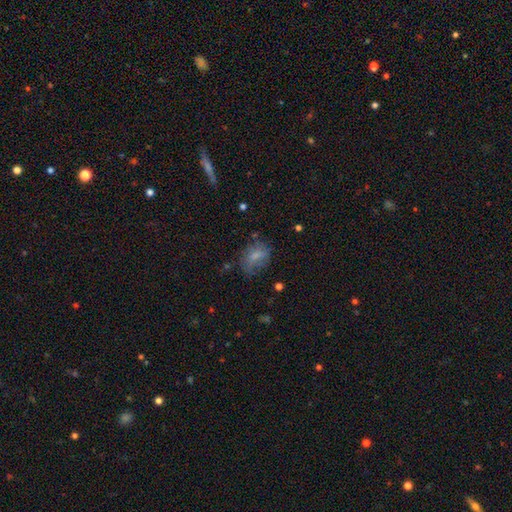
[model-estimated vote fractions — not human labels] The model was most divided on "merging": none: 48%, minor disturbance: 28%, major disturbance: 21%, merger: 3%. More confident: how rounded — in between (69%); smooth or featured — smooth (59%).